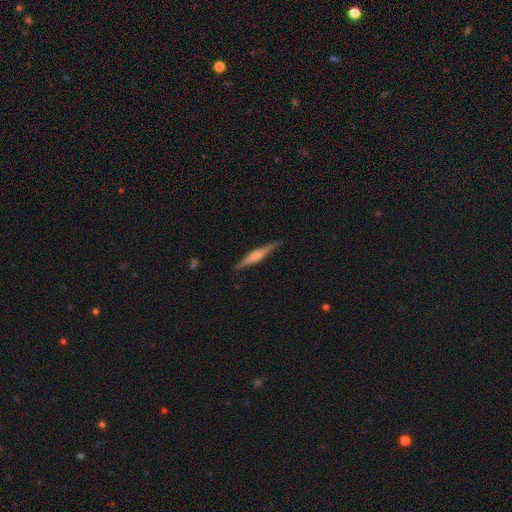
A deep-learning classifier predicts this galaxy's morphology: A featured or disk galaxy (62%) viewed edge-on (98%) with a rounded central bulge (54%). Merging: none (89%).